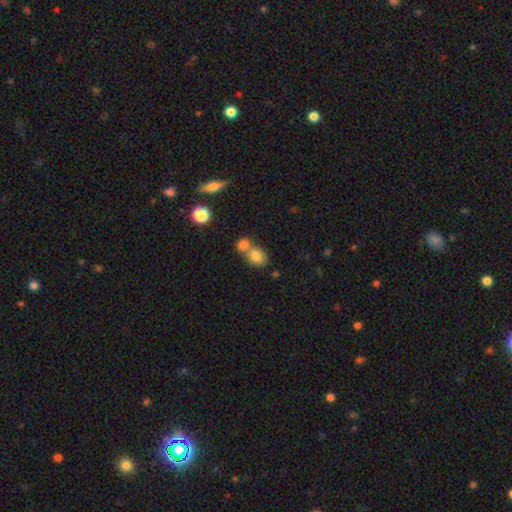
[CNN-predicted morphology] Q: Smooth or featured?
A: smooth (78%); runner-up: featured or disk (12%)
Q: How rounded?
A: in between (51%); runner-up: round (48%)
Q: Merging?
A: merger (57%); runner-up: none (32%)